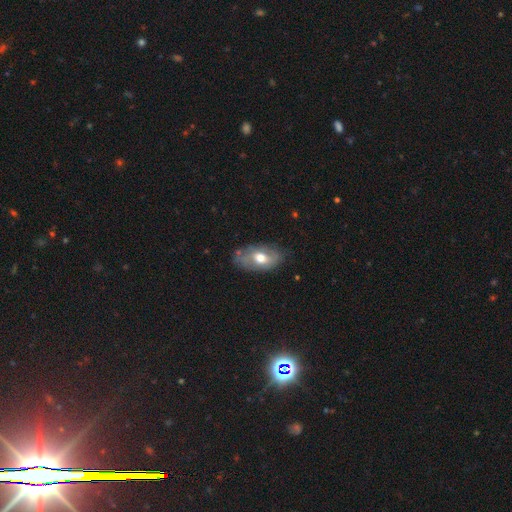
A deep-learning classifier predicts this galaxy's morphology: Smooth or featured? Predicted: featured or disk (p=0.50). Merging? Predicted: none (p=0.72).